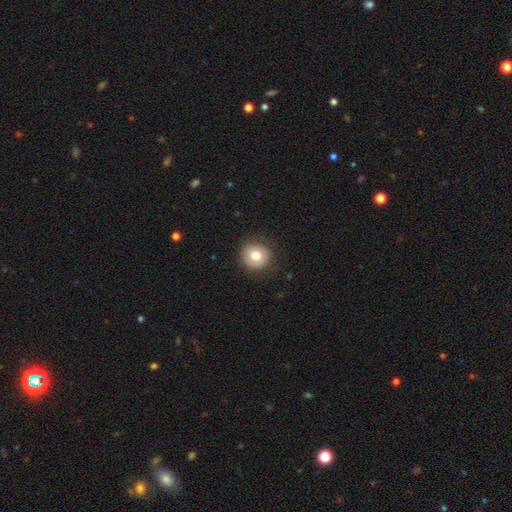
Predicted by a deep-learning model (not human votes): A smooth galaxy with no disk features (73%) that is round (91%). Merging: none (83%).